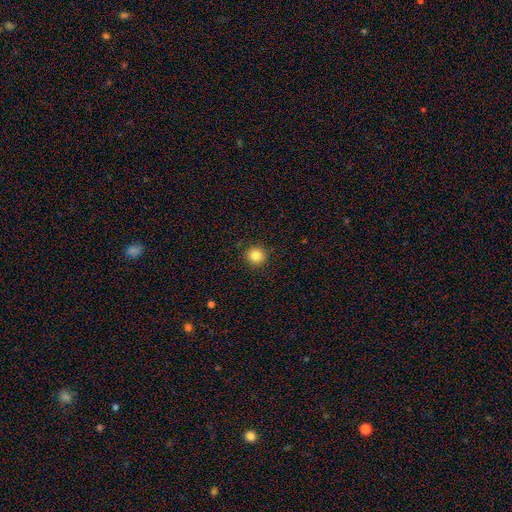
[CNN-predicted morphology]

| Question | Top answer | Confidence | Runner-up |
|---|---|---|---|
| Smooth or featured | smooth | 84% | star or artifact (11%) |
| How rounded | round | 92% | in between (7%) |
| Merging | none | 92% | minor disturbance (5%) |